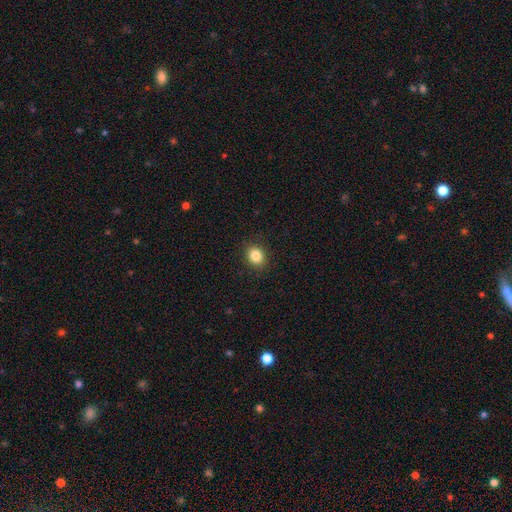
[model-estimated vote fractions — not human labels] smooth 84%, star or artifact 10%, featured or disk 5%. Down the decision tree: how rounded — round (61%); merging — none (90%).